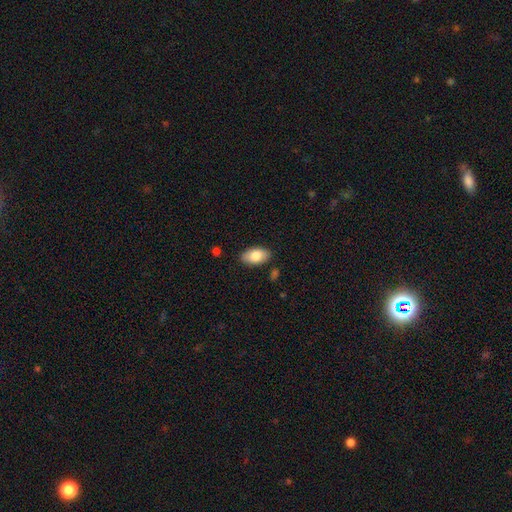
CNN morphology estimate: Smooth or featured? Predicted: smooth (p=0.82). How rounded? Predicted: in between (p=0.94). Merging? Predicted: none (p=0.86).